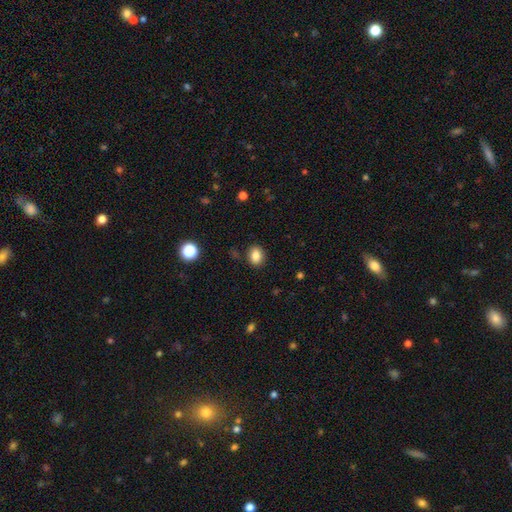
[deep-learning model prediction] A smooth galaxy with no disk features (83%) that is in between round and cigar-shaped (55%). Merging: none (87%).